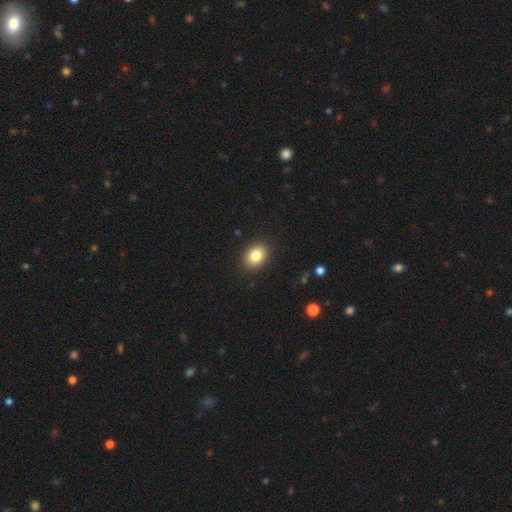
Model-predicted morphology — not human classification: Smooth or featured? smooth (83%)
How rounded? in between (64%)
Merging? none (90%)